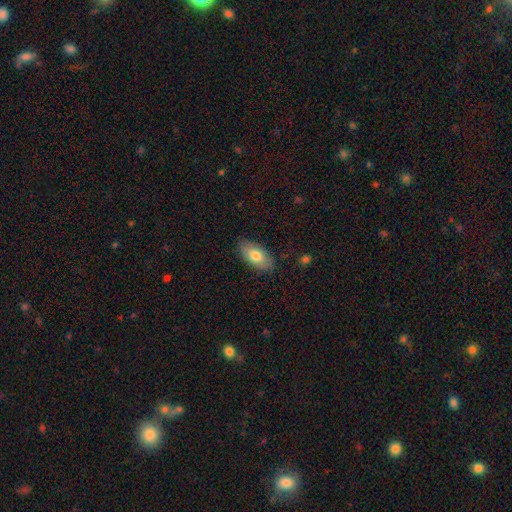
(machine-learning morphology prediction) This appears to be a smooth galaxy with no disk features (76%) that is in between round and cigar-shaped (92%). Merging: none (85%).